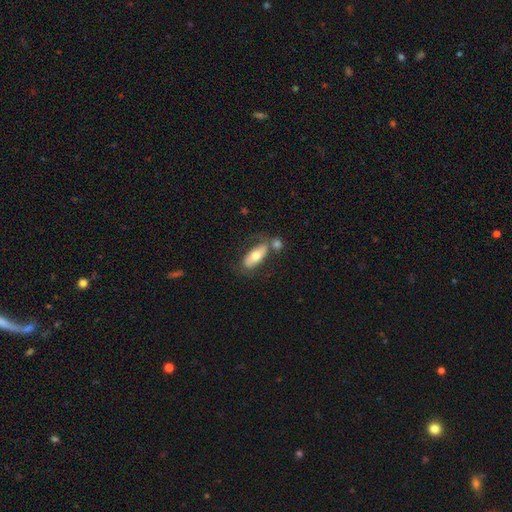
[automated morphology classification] smooth_or_featured: smooth (p=0.58) [alt: featured or disk p=0.36]
how_rounded: in between (p=0.81) [alt: cigar-shaped p=0.16]
merging: none (p=0.52) [alt: merger p=0.24]